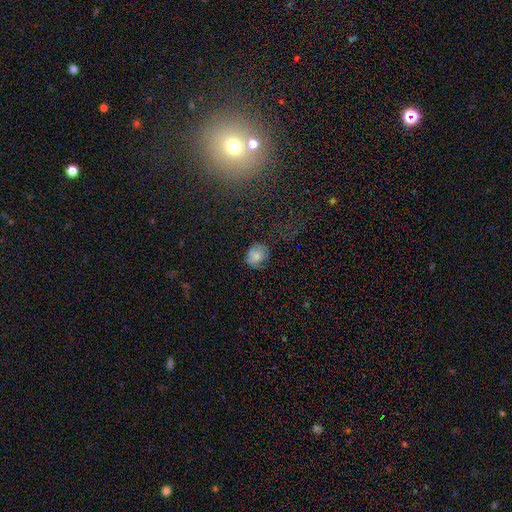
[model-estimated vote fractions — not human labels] Smooth or featured?
  - smooth: 75% *
  - featured or disk: 13%
  - star or artifact: 13%
How rounded?
  - round: 66% *
  - in between: 32%
  - cigar-shaped: 1%
Merging?
  - none: 64% *
  - minor disturbance: 26%
  - major disturbance: 9%
  - merger: 2%